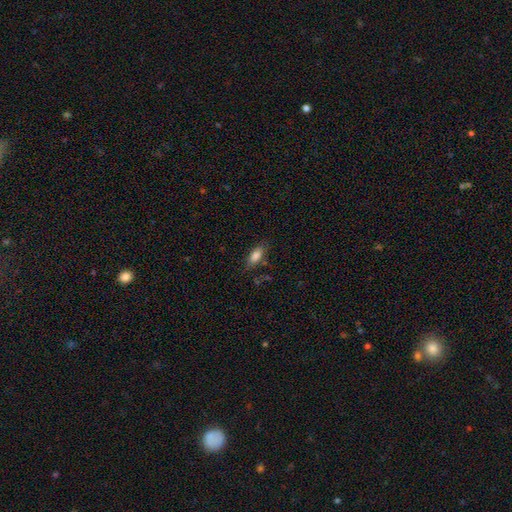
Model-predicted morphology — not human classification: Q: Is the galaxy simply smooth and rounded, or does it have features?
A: smooth — 83%.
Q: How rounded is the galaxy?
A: in between — 83%.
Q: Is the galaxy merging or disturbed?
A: none — 74%.